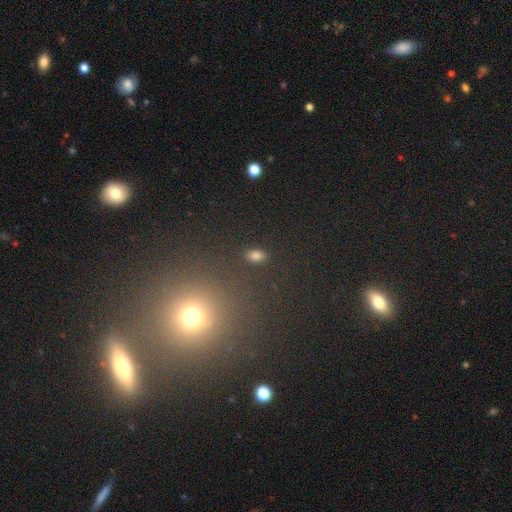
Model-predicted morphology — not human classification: Smooth or featured: smooth — 70% (star or artifact — 23%)
How rounded: in between — 72% (round — 24%)
Merging: none — 84% (minor disturbance — 8%)